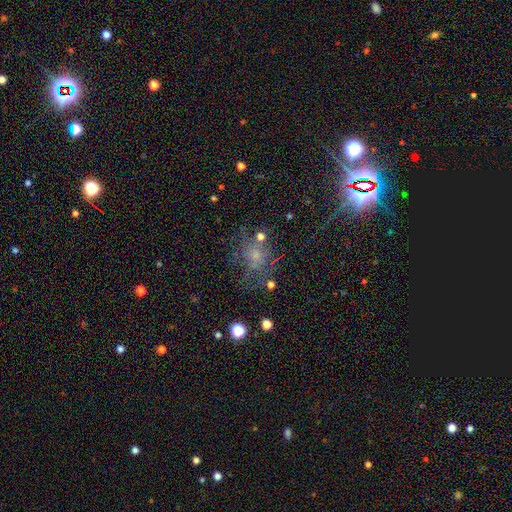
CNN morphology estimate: Smooth or featured?
  - smooth: 41% *
  - featured or disk: 32%
  - star or artifact: 27%
Merging?
  - none: 54% *
  - minor disturbance: 20%
  - major disturbance: 19%
  - merger: 7%